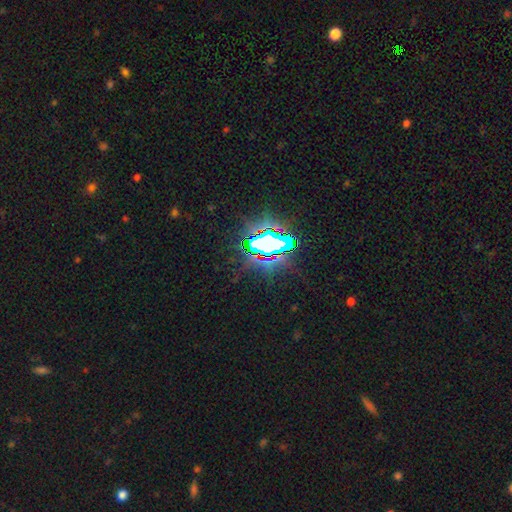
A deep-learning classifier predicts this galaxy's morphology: Smooth or featured?
  - star or artifact: 84% *
  - smooth: 10%
  - featured or disk: 7%